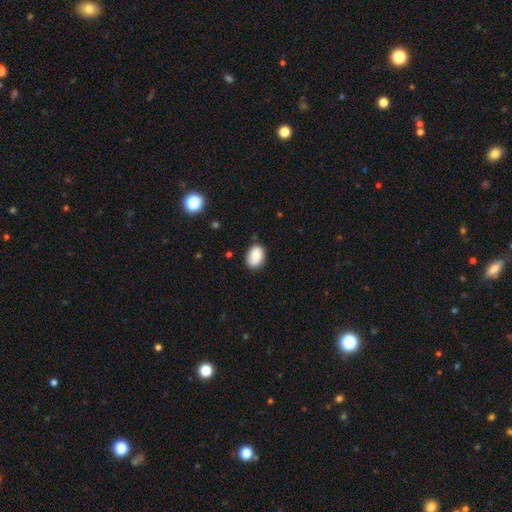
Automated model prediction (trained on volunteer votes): The model was most divided on "merging": none: 73%, minor disturbance: 21%, major disturbance: 4%, merger: 2%. More confident: smooth or featured — smooth (79%); how rounded — in between (76%).